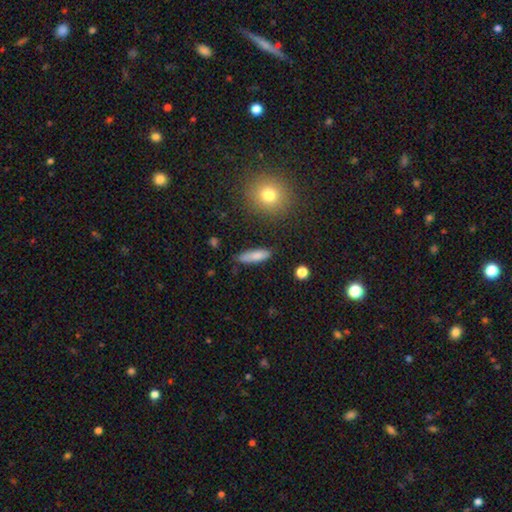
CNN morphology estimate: A smooth galaxy with no disk features (80%) that is cigar-shaped (58%).

Vote fractions:
- Smooth or featured? smooth: 80% / featured or disk: 12% / star or artifact: 7%
- How rounded? cigar-shaped: 58% / in between: 40% / round: 3%
- Merging? none: 80% / minor disturbance: 14% / major disturbance: 3% / merger: 3%